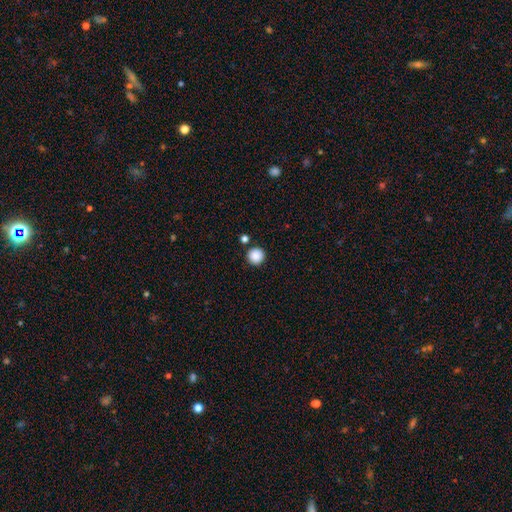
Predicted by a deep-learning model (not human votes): This appears to be a smooth galaxy with no disk features (88%) that is round (96%). Merging: none (89%).